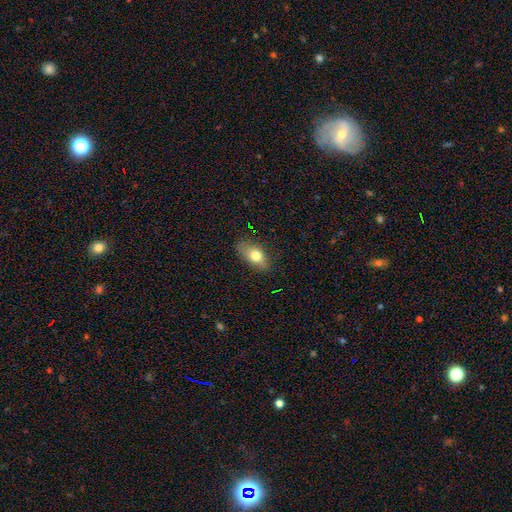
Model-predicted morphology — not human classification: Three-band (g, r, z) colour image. It shows a smooth galaxy with no disk features (74%) that is in between round and cigar-shaped (86%). Merging: none (78%).